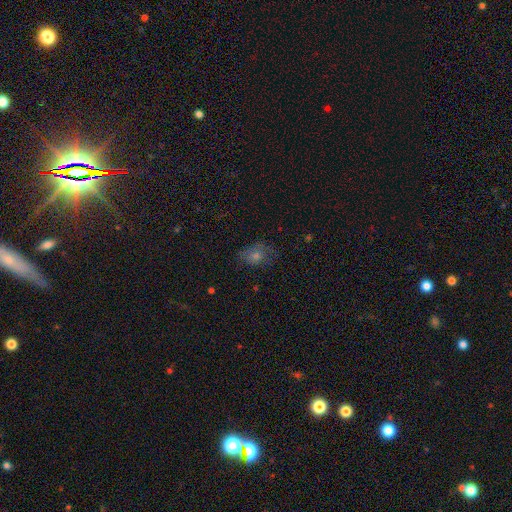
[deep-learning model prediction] This appears to be a smooth galaxy with no disk features (58%) that is in between round and cigar-shaped (62%). Merging: none (60%).